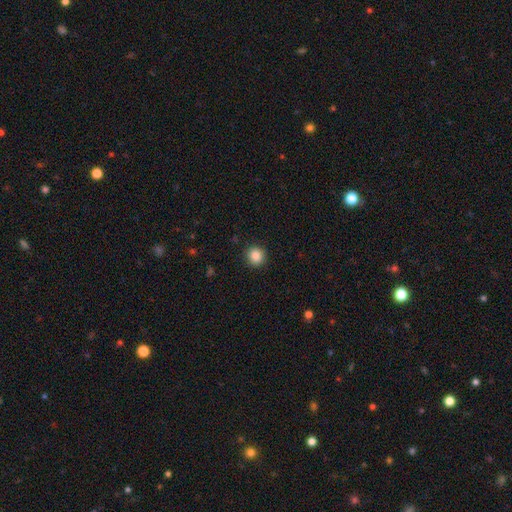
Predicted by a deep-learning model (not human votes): Morphology: type=smooth (87%); roundness=round (91%); merging=none (91%).